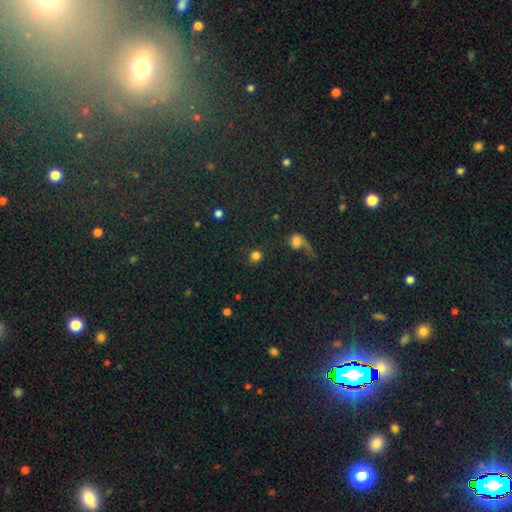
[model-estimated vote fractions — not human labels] Q: Smooth or featured?
A: smooth (80%); runner-up: star or artifact (13%)
Q: How rounded?
A: round (86%); runner-up: in between (13%)
Q: Merging?
A: none (78%); runner-up: minor disturbance (9%)